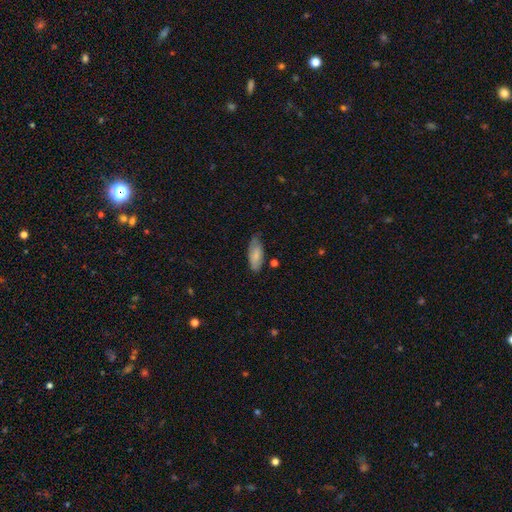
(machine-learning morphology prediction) This is likely a smooth galaxy (77%). How rounded: clearly in between (83%). Merging: likely none (65%).